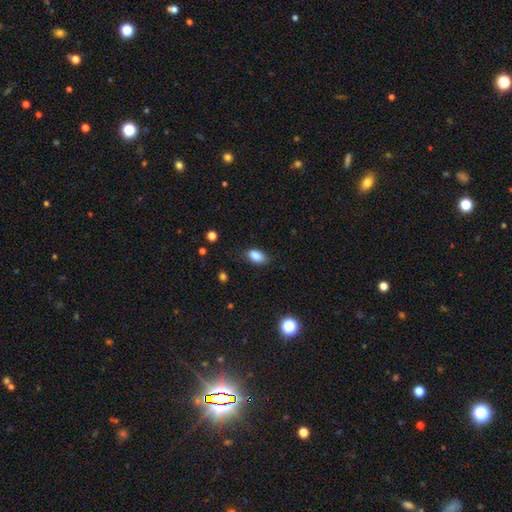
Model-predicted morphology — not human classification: A smooth galaxy with no disk features (86%) that is in between round and cigar-shaped (89%). Merging: none (74%).